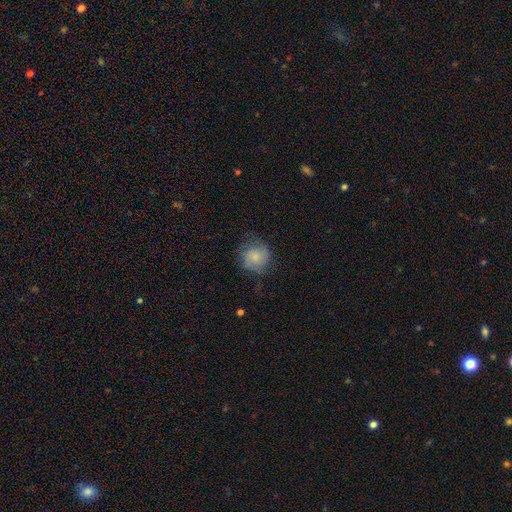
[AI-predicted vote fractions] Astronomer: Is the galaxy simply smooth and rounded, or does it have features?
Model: smooth — 72%.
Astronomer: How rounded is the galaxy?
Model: round — 87%.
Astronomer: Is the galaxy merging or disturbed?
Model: none — 61%.